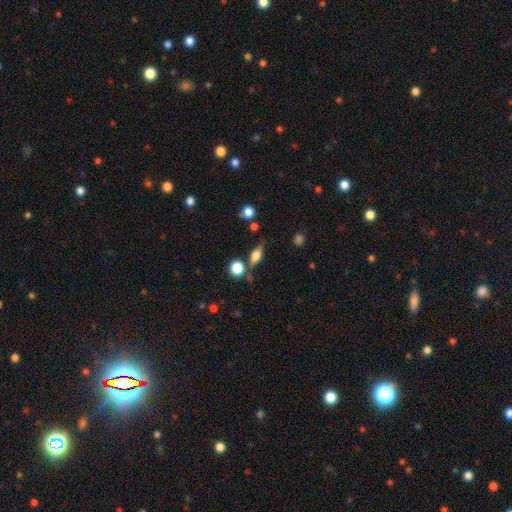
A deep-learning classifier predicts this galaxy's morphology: Smooth or featured? Predicted: smooth (p=0.54). How rounded? Predicted: in between (p=0.61). Merging? Predicted: none (p=0.72).